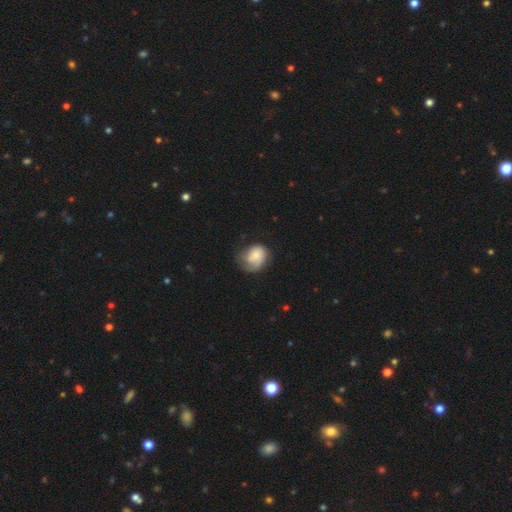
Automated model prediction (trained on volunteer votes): A smooth galaxy with no disk features (55%) that is round (57%). Merging: none (42%).